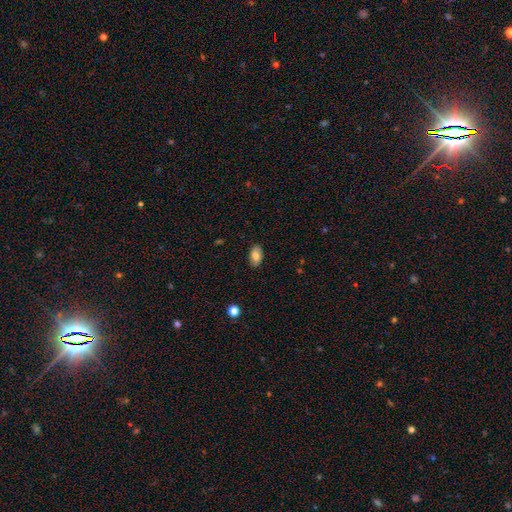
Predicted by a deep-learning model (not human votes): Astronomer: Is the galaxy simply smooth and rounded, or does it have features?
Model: smooth — 78%.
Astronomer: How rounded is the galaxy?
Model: in between — 92%.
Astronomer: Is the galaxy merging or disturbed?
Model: none — 86%.